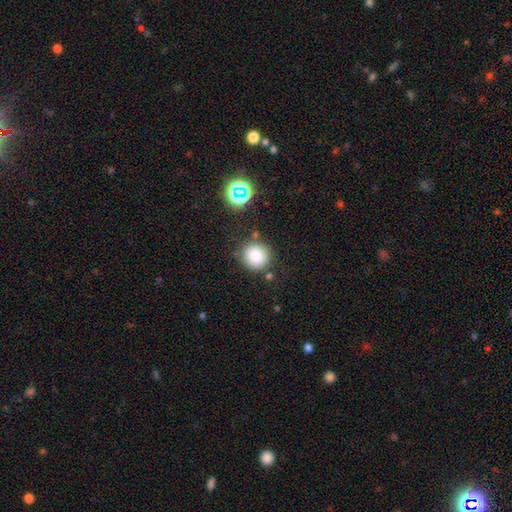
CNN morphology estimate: smooth 81%, star or artifact 12%, featured or disk 7%. Down the decision tree: how rounded — round (92%); merging — none (80%).